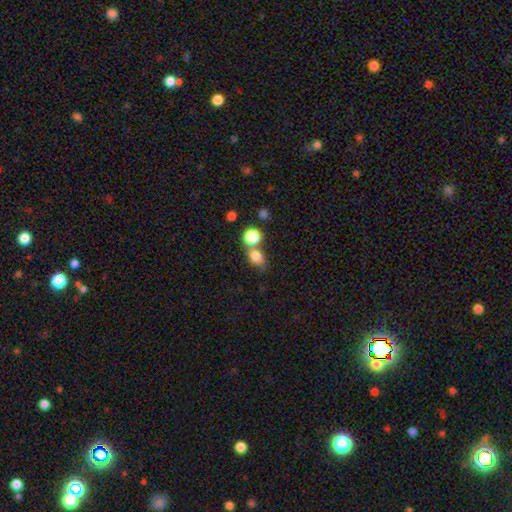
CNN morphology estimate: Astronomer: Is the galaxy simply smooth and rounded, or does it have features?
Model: smooth — 79%.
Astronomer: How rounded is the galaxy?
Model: in between — 61% (runner-up: round, 38%).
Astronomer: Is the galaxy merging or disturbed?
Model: none — 50% (runner-up: merger, 32%).